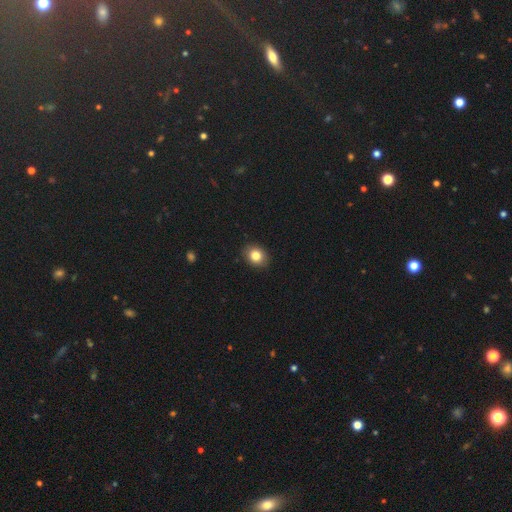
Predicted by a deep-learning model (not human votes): A smooth galaxy with no disk features (83%) that is round (59%). Merging: none (90%).